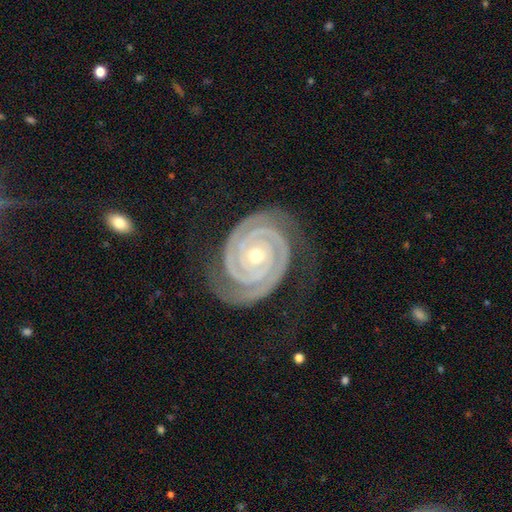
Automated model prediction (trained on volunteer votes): Overall: featured or disk (94%). Edge-on disk: no (98%). Bar: no (75%). Spiral arms: yes (99%). Spiral arm count: 2 (88%). Spiral winding: tight (90%). Bulge size: small (57%; moderate 41%). Merging: none (82%).